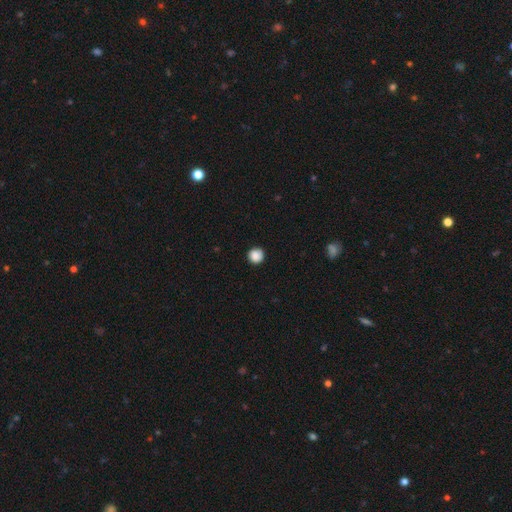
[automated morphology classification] Q: Smooth or featured?
A: smooth (88%); runner-up: star or artifact (9%)
Q: How rounded?
A: round (94%); runner-up: in between (5%)
Q: Merging?
A: none (89%); runner-up: minor disturbance (8%)